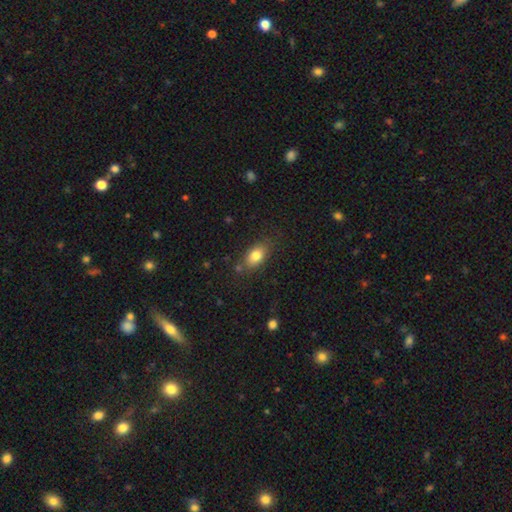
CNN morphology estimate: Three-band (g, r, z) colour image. It shows a smooth galaxy with no disk features (80%) that is in between round and cigar-shaped (84%). Merging: none (77%).